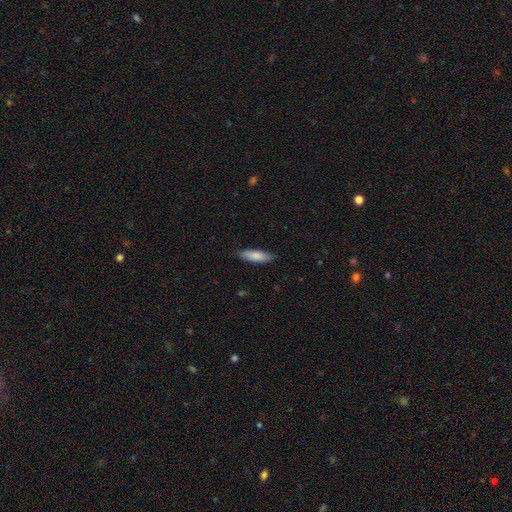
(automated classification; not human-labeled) Q: Smooth or featured?
A: smooth (85%); runner-up: featured or disk (9%)
Q: How rounded?
A: cigar-shaped (50%); runner-up: in between (49%)
Q: Merging?
A: none (85%); runner-up: minor disturbance (12%)